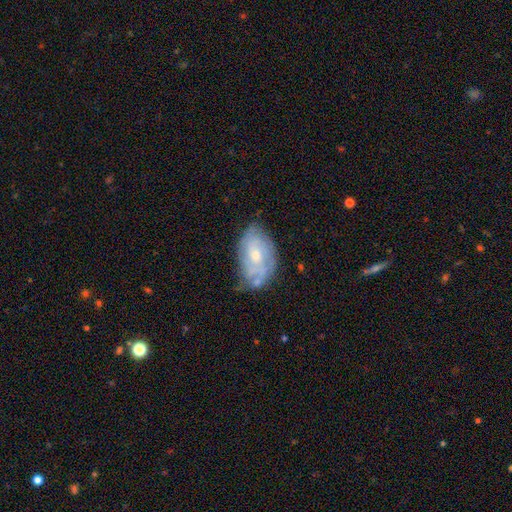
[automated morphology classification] smooth_or_featured: featured or disk (p=0.67) [alt: smooth p=0.26]
disk_edge_on: no (p=0.96) [alt: yes p=0.04]
bar: no (p=0.70) [alt: weak p=0.26]
has_spiral_arms: yes (p=0.79) [alt: no p=0.21]
spiral_winding: tight (p=0.59) [alt: medium p=0.30]
spiral_arm_count: can't tell (p=0.51) [alt: 2 p=0.20]
bulge_size: small (p=0.49) [alt: moderate p=0.46]
merging: none (p=0.53) [alt: minor disturbance p=0.30]